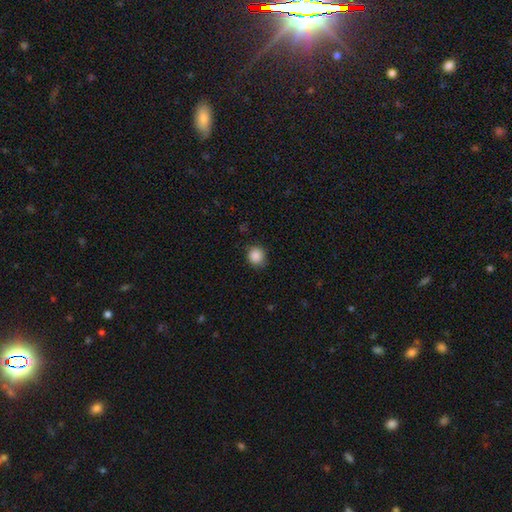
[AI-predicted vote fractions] Smooth or featured?
  - smooth: 88% *
  - star or artifact: 9%
  - featured or disk: 3%
How rounded?
  - round: 88% *
  - in between: 11%
  - cigar-shaped: 1%
Merging?
  - none: 83% *
  - minor disturbance: 13%
  - major disturbance: 3%
  - merger: 1%